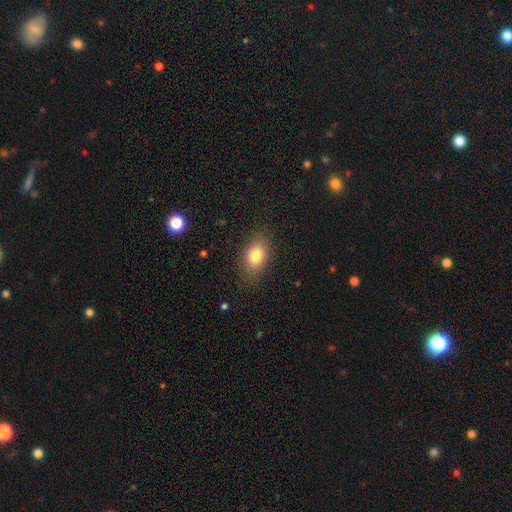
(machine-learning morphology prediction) Smooth or featured?
  - smooth: 81% *
  - featured or disk: 10%
  - star or artifact: 9%
How rounded?
  - in between: 80% *
  - round: 18%
  - cigar-shaped: 2%
Merging?
  - none: 83% *
  - minor disturbance: 12%
  - major disturbance: 4%
  - merger: 1%